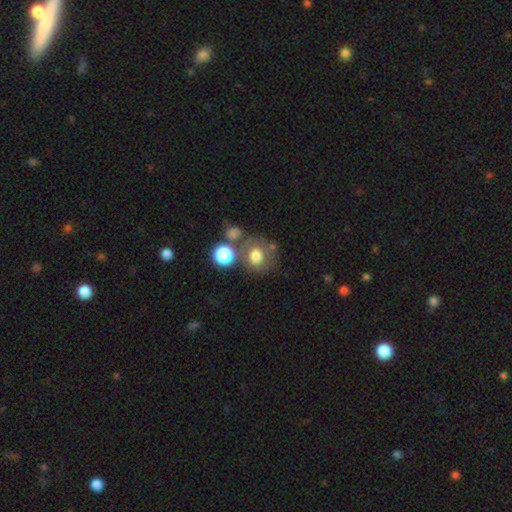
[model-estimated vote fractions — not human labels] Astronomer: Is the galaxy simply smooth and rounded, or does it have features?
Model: smooth — 71%.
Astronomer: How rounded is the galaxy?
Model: round — 80%.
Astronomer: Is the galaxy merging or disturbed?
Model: none — 54%.